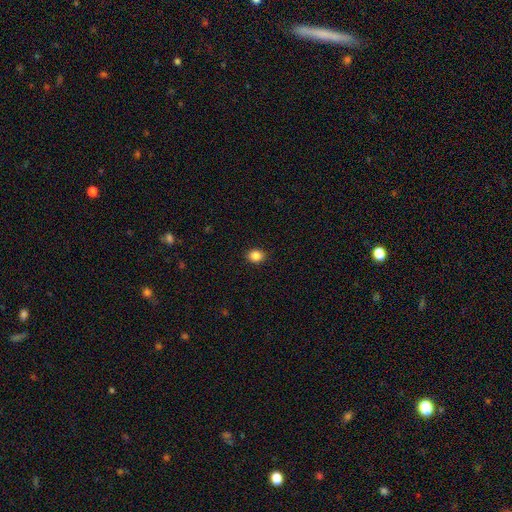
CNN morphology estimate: Q: Smooth or featured?
A: smooth (86%); runner-up: star or artifact (10%)
Q: How rounded?
A: round (60%); runner-up: in between (39%)
Q: Merging?
A: none (91%); runner-up: minor disturbance (6%)